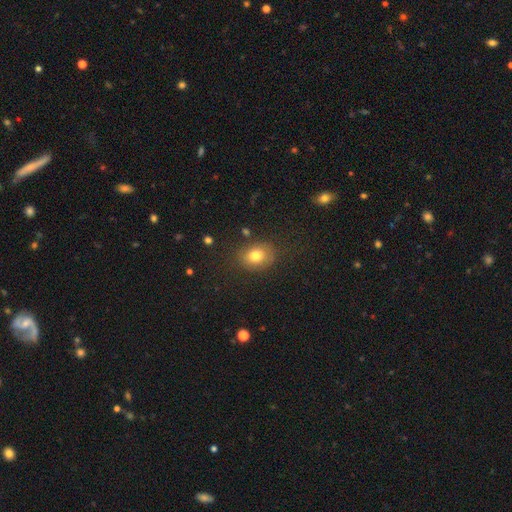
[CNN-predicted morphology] type=smooth (78%); roundness=in between (57%); merging=none (79%).